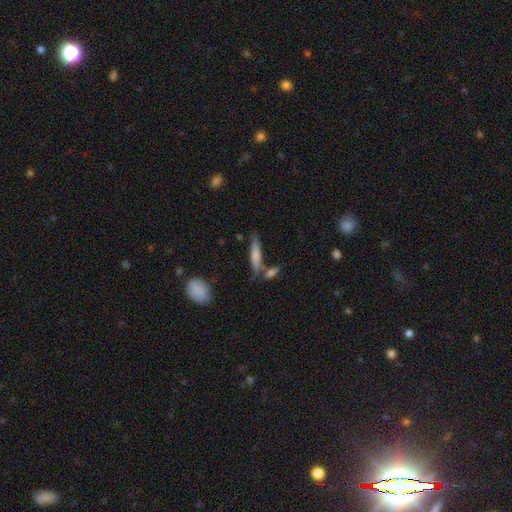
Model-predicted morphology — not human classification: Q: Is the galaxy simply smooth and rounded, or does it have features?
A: smooth — 71%.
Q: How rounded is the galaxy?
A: cigar-shaped — 79%.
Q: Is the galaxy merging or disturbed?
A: none — 65%.